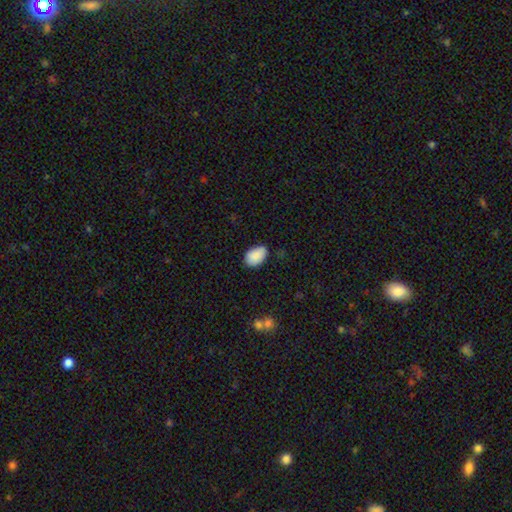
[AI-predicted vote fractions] The model was most divided on "merging": none: 72%, minor disturbance: 23%, major disturbance: 3%, merger: 2%. More confident: smooth or featured — smooth (89%); how rounded — in between (88%).